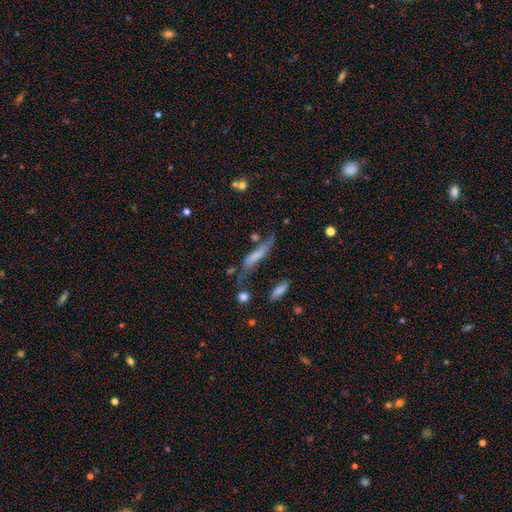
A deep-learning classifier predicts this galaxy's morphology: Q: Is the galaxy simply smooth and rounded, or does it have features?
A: smooth — 56%.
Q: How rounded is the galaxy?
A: cigar-shaped — 80%.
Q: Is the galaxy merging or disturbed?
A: none — 42%.